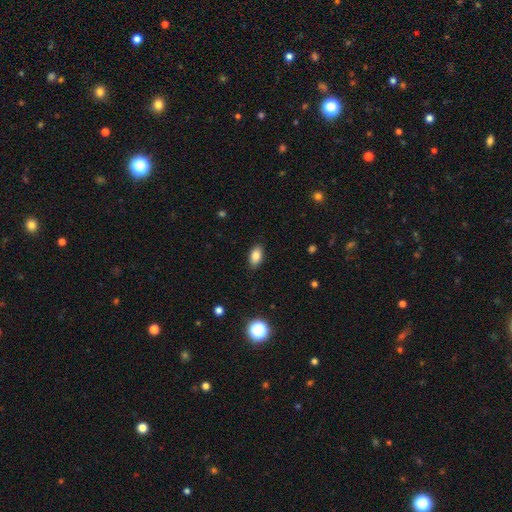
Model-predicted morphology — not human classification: Overall: smooth (84%). How rounded: in between (91%). Merging: none (88%).